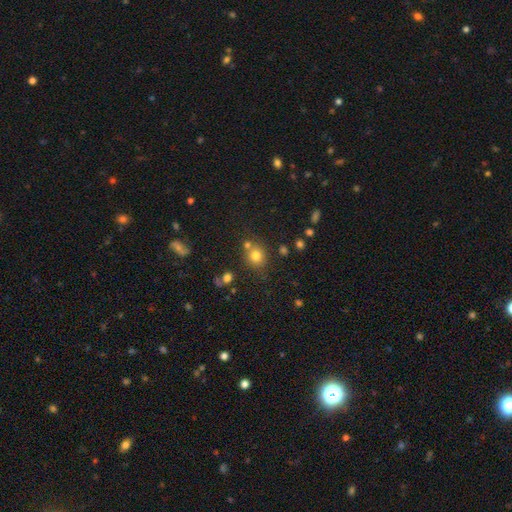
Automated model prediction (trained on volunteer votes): A smooth galaxy with no disk features (77%) that is round (80%). Merging: none (67%).